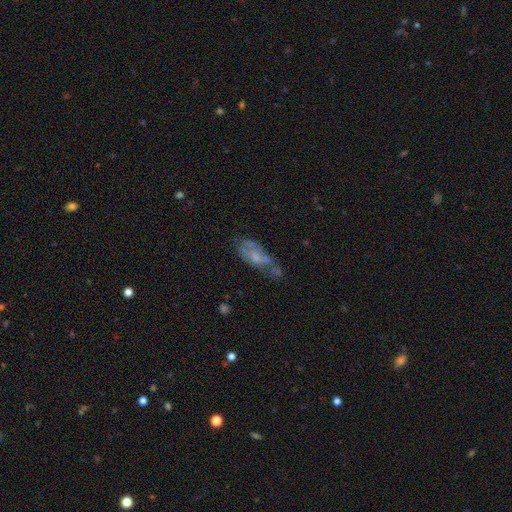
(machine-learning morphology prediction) Overall: featured or disk (44%, tied with smooth). Merging: none (33%; major disturbance 26%).